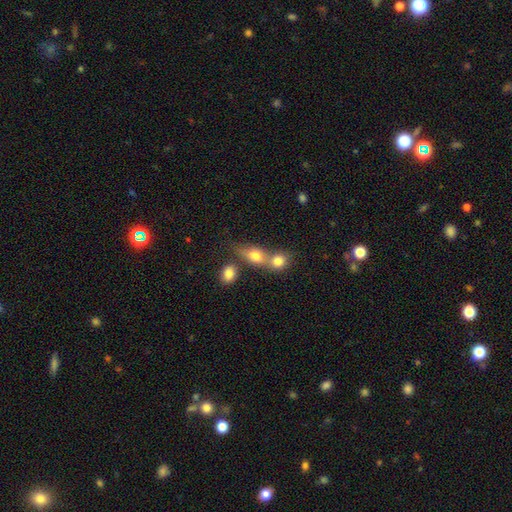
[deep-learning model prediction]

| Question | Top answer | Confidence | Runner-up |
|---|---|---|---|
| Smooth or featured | smooth | 73% | featured or disk (17%) |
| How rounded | in between | 57% | round (34%) |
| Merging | merger | 54% | none (33%) |